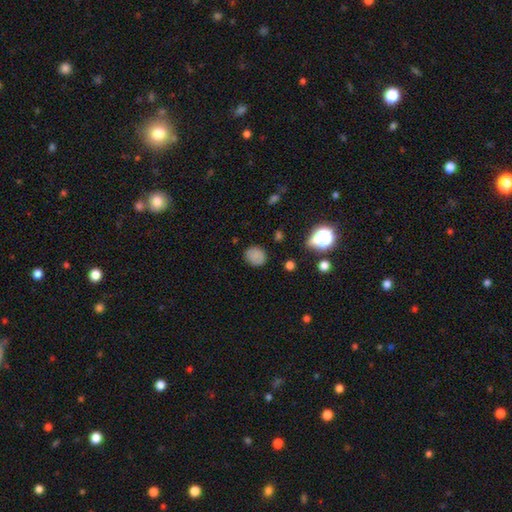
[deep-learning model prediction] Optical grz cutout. It shows a smooth galaxy with no disk features (78%) that is round (69%). Merging: none (81%).